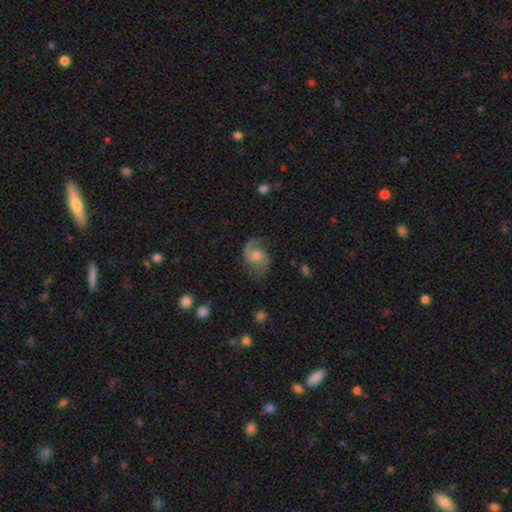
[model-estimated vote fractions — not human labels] Overall: featured or disk (75%). Edge-on disk: no (98%). Bar: no (62%; weak 33%). Spiral arms: yes (94%). Spiral arm count: 2 (76%). Spiral winding: medium (48%; loose 37%). Bulge size: moderate (44%; small 30%). Merging: none (61%; minor disturbance 21%).